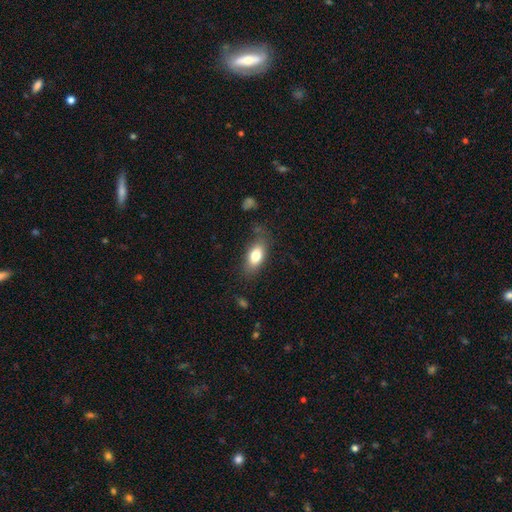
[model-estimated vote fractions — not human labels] Smooth or featured? smooth (78%)
How rounded? in between (86%)
Merging? none (75%)